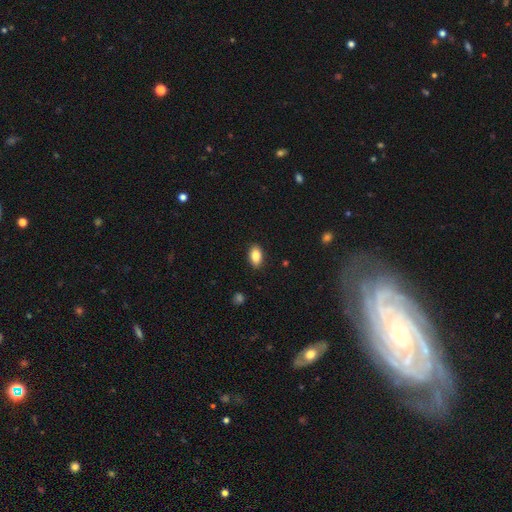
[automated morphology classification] Overall: smooth (87%). How rounded: in between (90%). Merging: none (88%).